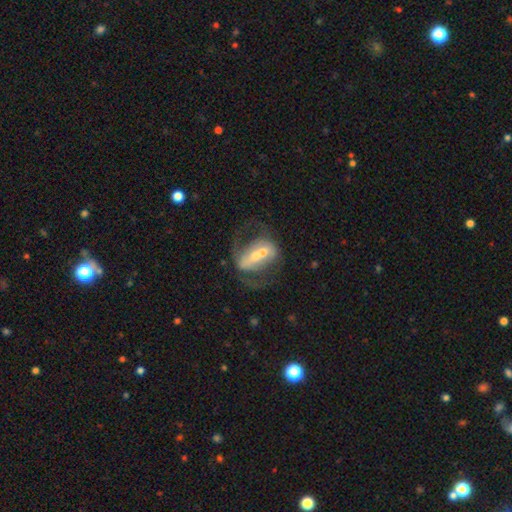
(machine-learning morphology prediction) Smooth or featured? Predicted: featured or disk (p=0.66). Edge-on disk? Predicted: no (p=0.93). Bar? Predicted: no (p=0.43). Spiral arms? Predicted: yes (p=0.57). Bulge size? Predicted: moderate (p=0.53). Merging? Predicted: merger (p=0.44).